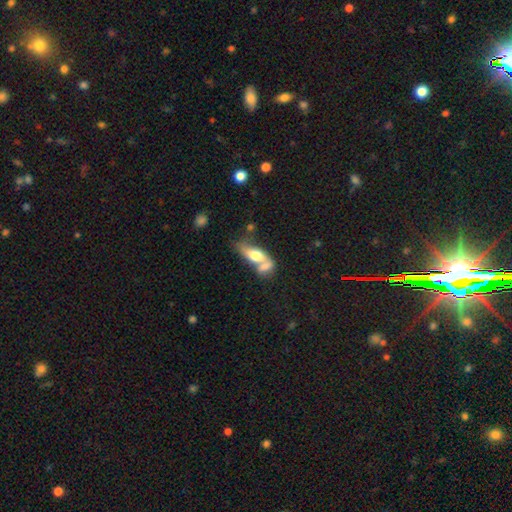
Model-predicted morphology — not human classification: Smooth or featured?
  - smooth: 58% *
  - featured or disk: 35%
  - star or artifact: 7%
How rounded?
  - in between: 72% *
  - cigar-shaped: 22%
  - round: 5%
Merging?
  - merger: 58% *
  - none: 21%
  - minor disturbance: 11%
  - major disturbance: 10%